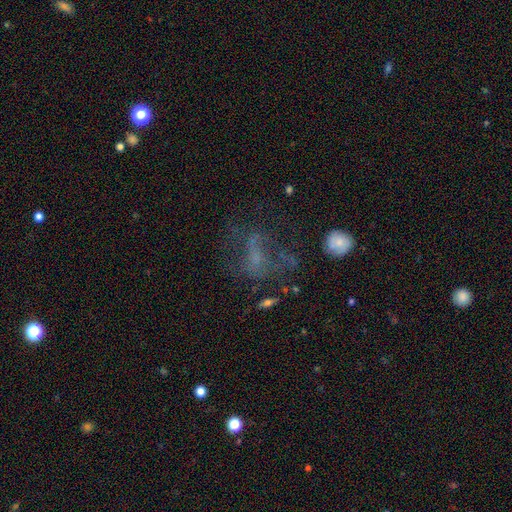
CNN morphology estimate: featured or disk 46%, smooth 28%, star or artifact 26%. Down the decision tree: merging — none (42%).